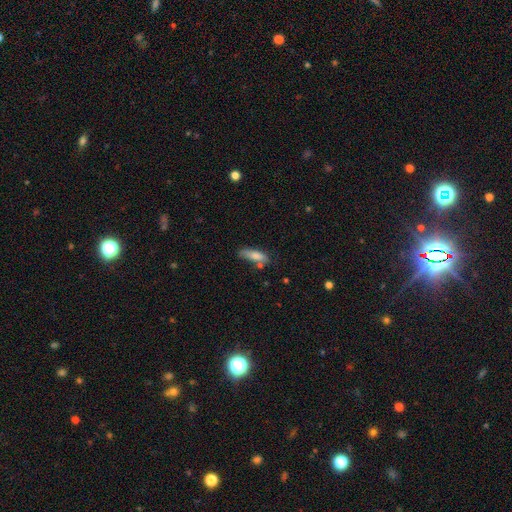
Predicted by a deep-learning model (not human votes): This appears to be a smooth galaxy with no disk features (79%) that is in between round and cigar-shaped (50%). Merging: none (58%).